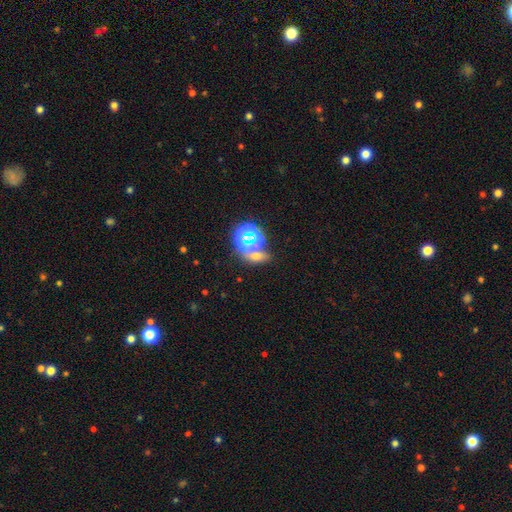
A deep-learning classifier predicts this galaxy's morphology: Smooth or featured? smooth (45%)
Merging? none (55%)